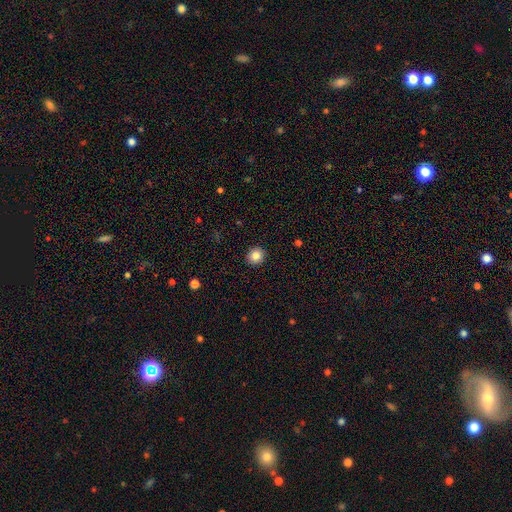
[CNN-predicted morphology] This appears to be a smooth galaxy with no disk features (84%) that is round (85%). Merging: none (92%).